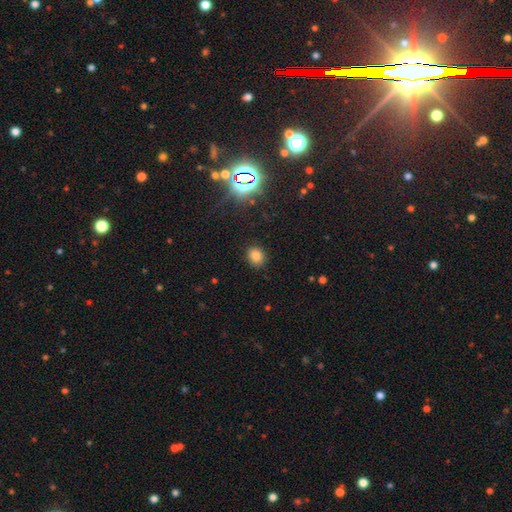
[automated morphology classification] type=smooth (79%); roundness=round (60%); merging=none (87%).